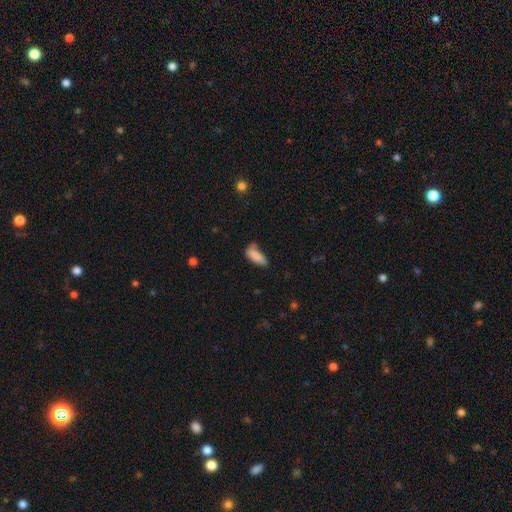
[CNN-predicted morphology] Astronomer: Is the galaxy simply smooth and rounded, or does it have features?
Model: smooth — 84%.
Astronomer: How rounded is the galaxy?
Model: in between — 71%.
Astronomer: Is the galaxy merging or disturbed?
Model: none — 45% (runner-up: minor disturbance, 34%).